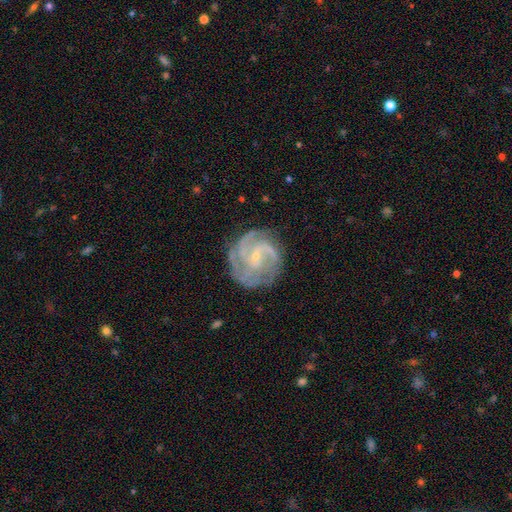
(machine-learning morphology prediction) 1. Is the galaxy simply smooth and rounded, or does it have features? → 88% featured or disk, 6% smooth, 6% star or artifact.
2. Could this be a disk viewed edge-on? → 98% no, 2% yes.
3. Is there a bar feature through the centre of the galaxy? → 54% no, 37% weak, 10% strong.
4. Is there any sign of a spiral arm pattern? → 97% yes, 3% no.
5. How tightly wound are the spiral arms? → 52% tight, 40% medium, 8% loose.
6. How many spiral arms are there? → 37% 3, 23% 2, 17% can't tell, 12% 4, 6% 1, 6% more than 4.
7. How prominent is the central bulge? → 82% small, 13% moderate, 3% none, 1% large, 1% dominant.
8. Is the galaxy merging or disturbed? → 75% none, 17% minor disturbance, 7% major disturbance, 1% merger.